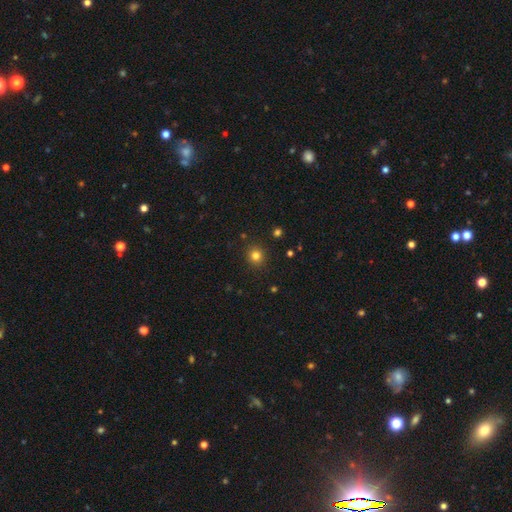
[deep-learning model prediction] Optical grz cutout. It shows a smooth galaxy with no disk features (80%) that is round (91%). Merging: none (90%).